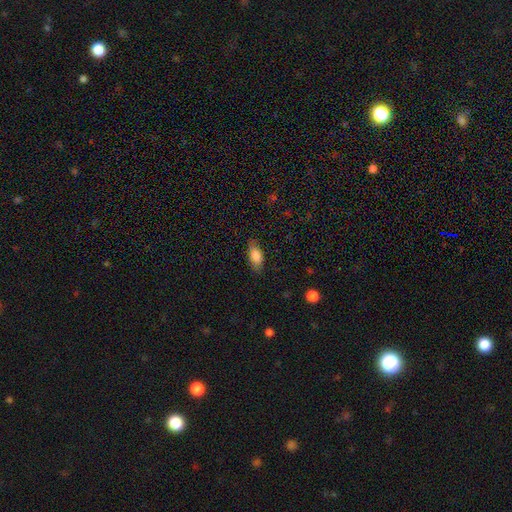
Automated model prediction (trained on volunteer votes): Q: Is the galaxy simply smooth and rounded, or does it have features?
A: smooth — 81%.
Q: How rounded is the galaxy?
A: in between — 83%.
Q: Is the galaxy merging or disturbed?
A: none — 82%.